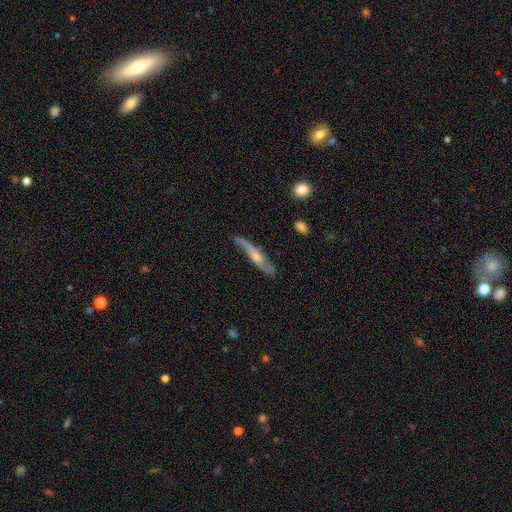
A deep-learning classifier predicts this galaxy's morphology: smooth-or-featured: featured or disk: 70% | smooth: 24% | star or artifact: 6%
  disk-edge-on: yes: 61% | no: 39%
  merging: none: 63% | minor disturbance: 25% | major disturbance: 9% | merger: 3%